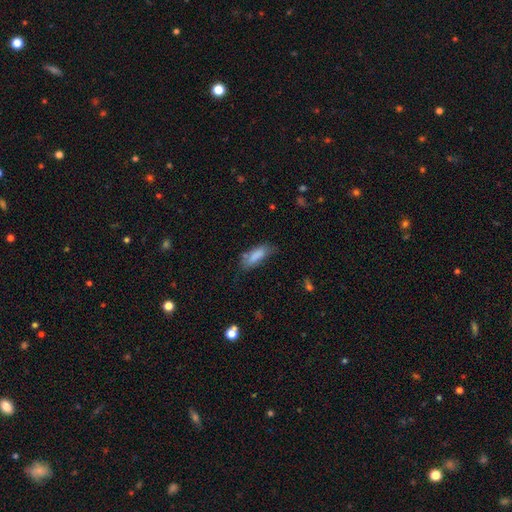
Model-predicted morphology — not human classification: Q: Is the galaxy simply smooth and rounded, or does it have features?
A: smooth — 82%.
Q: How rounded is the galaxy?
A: in between — 70%.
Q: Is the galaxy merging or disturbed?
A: none — 53%.